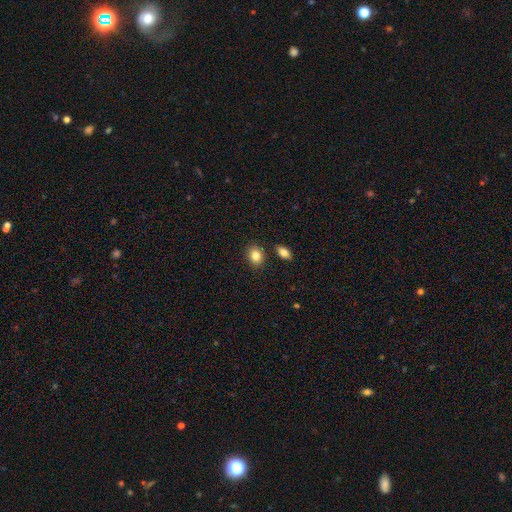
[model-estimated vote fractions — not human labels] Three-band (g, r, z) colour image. It shows a smooth galaxy with no disk features (84%) that is in between round and cigar-shaped (55%). Merging: none (82%).